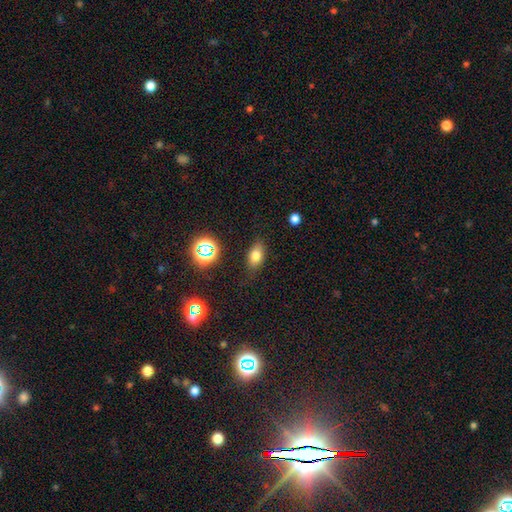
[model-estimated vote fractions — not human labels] Overall: smooth (75%). How rounded: in between (84%). Merging: none (80%).